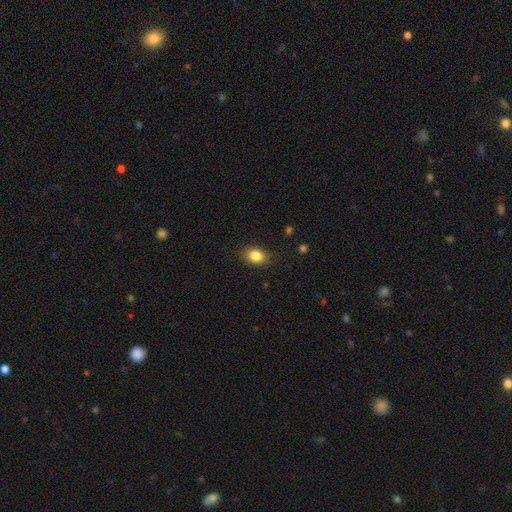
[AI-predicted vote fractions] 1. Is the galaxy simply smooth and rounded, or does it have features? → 84% smooth, 9% star or artifact, 6% featured or disk.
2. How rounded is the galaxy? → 67% in between, 31% round, 1% cigar-shaped.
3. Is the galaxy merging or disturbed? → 84% none, 12% minor disturbance, 3% major disturbance, 1% merger.